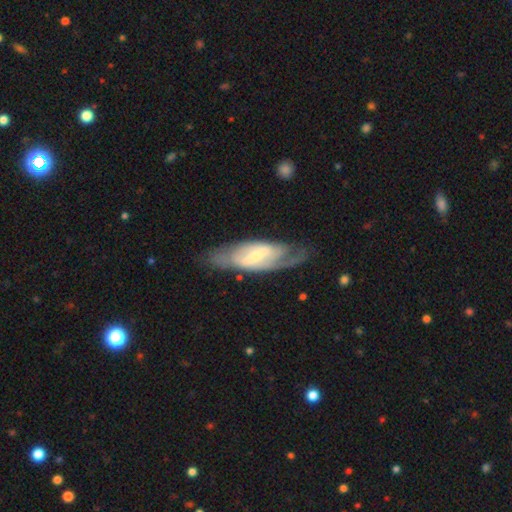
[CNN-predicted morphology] A featured or disk galaxy (80%) with a strong bar (60%), 2 (76%) medium (45%) spiral arms (86%) and a small central bulge (54%). Merging: none (69%).